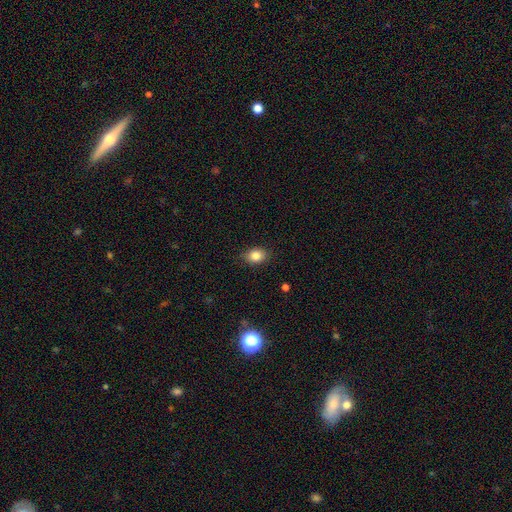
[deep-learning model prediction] Smooth or featured: smooth — 83% (star or artifact — 10%)
How rounded: in between — 69% (round — 30%)
Merging: none — 85% (minor disturbance — 11%)